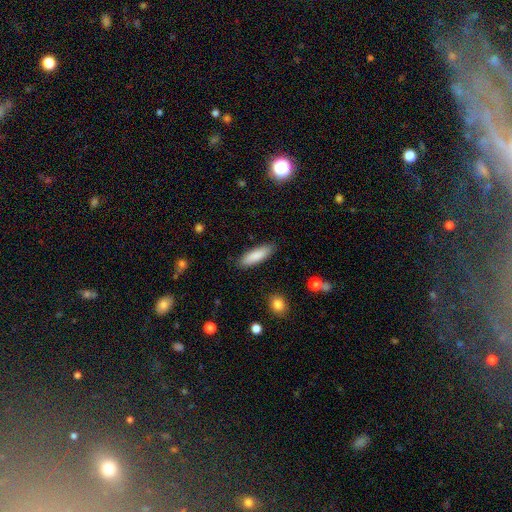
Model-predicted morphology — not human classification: This appears to be a smooth galaxy with no disk features (87%) that is cigar-shaped (52%). Merging: none (88%).